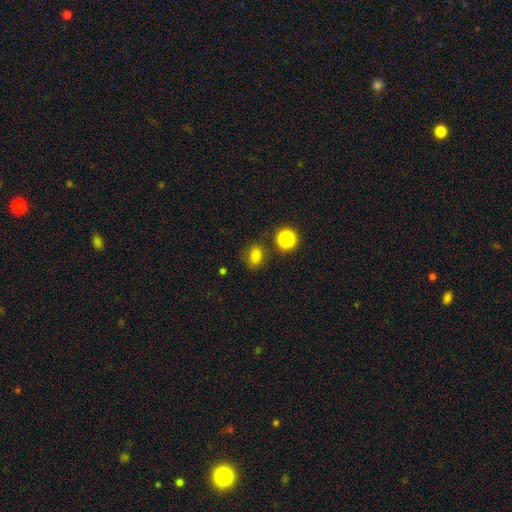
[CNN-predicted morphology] This is likely a smooth galaxy (79%). How rounded: likely in between (64%). Merging: likely none (76%).